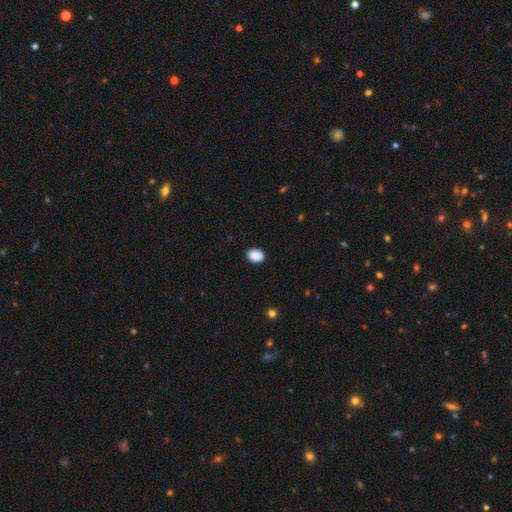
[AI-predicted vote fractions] A smooth galaxy with no disk features (90%) that is in between round and cigar-shaped (71%).

Vote fractions:
- Smooth or featured? smooth: 90% / star or artifact: 8% / featured or disk: 2%
- How rounded? in between: 71% / round: 28% / cigar-shaped: 1%
- Merging? none: 89% / minor disturbance: 8% / major disturbance: 2% / merger: 1%